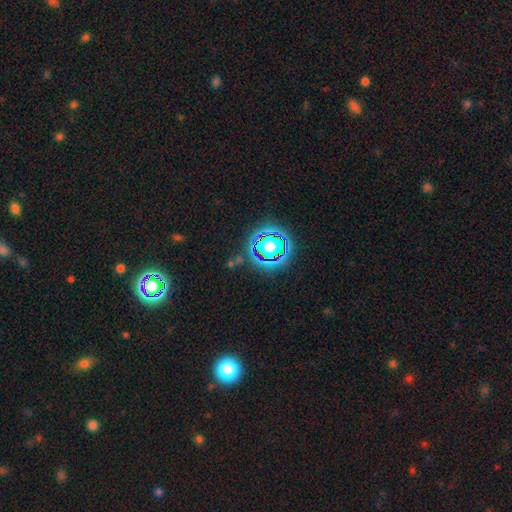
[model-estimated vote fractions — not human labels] Q: Smooth or featured?
A: star or artifact (79%); runner-up: smooth (13%)